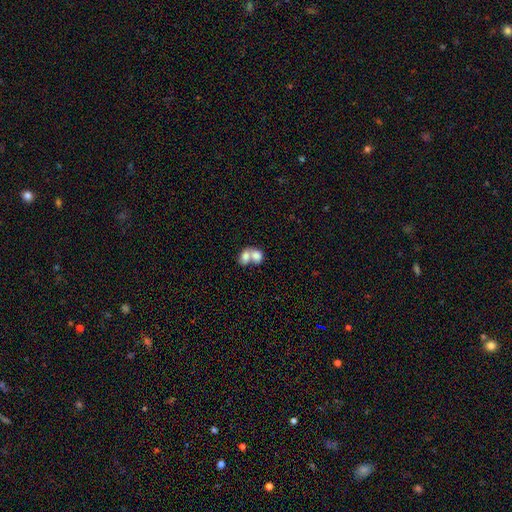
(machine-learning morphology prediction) This is likely a smooth galaxy (76%). How rounded: likely in between (66%). Merging: likely merger (76%).